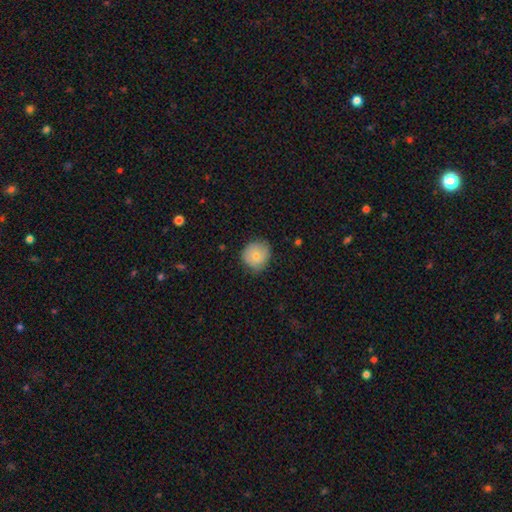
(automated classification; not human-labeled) This appears to be a smooth galaxy with no disk features (78%) that is round (86%). Merging: none (74%).